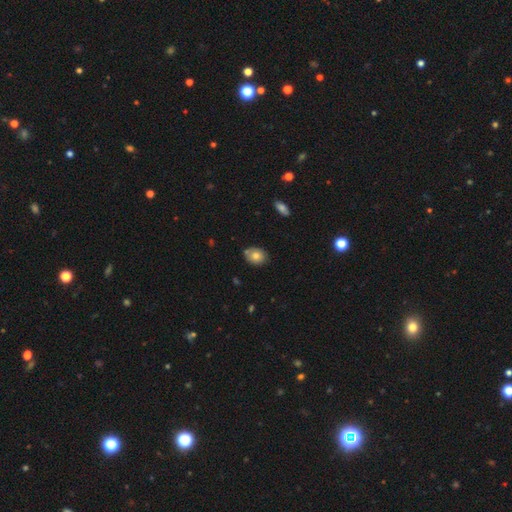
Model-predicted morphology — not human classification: A smooth galaxy with no disk features (76%) that is in between round and cigar-shaped (59%).

Vote fractions:
- Smooth or featured? smooth: 76% / featured or disk: 15% / star or artifact: 9%
- How rounded? in between: 59% / round: 40% / cigar-shaped: 1%
- Merging? none: 75% / minor disturbance: 17% / merger: 6% / major disturbance: 3%